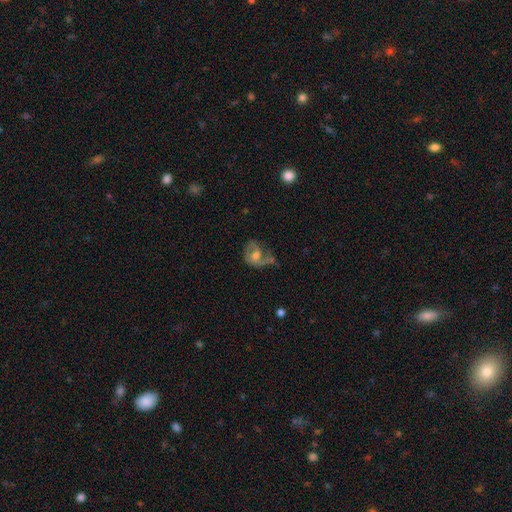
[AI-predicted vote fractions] featured or disk 58%, smooth 33%, star or artifact 9%. Down the decision tree: edge-on disk — no (97%); bar — no (62%); spiral arms — yes (65%); bulge size — moderate (59%); merging — major disturbance (34%).